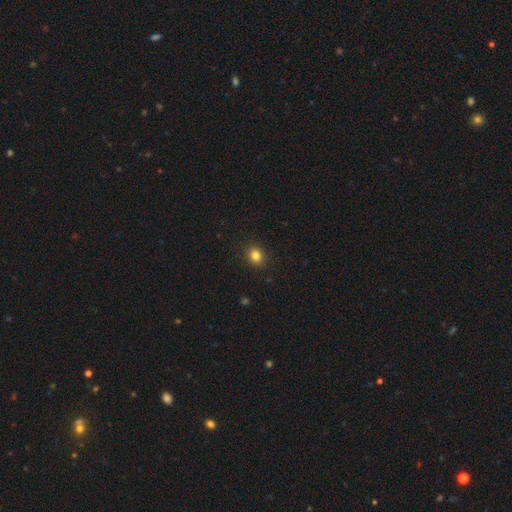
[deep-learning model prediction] smooth_or_featured: smooth (p=0.82) [alt: star or artifact p=0.12]
how_rounded: round (p=0.70) [alt: in between p=0.29]
merging: none (p=0.91) [alt: minor disturbance p=0.06]